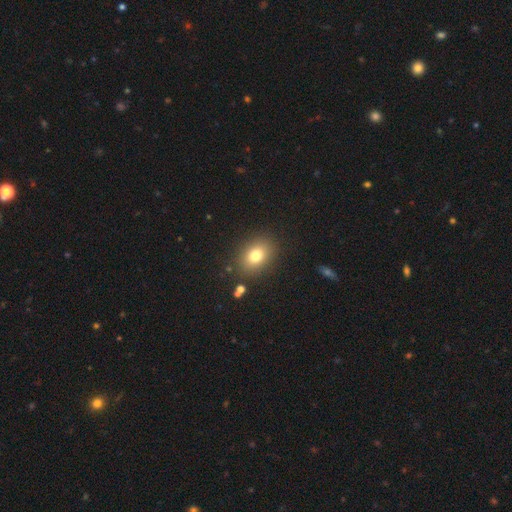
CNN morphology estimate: smooth_or_featured: smooth (p=0.78) [alt: star or artifact p=0.11]
how_rounded: in between (p=0.67) [alt: round p=0.31]
merging: none (p=0.86) [alt: minor disturbance p=0.09]